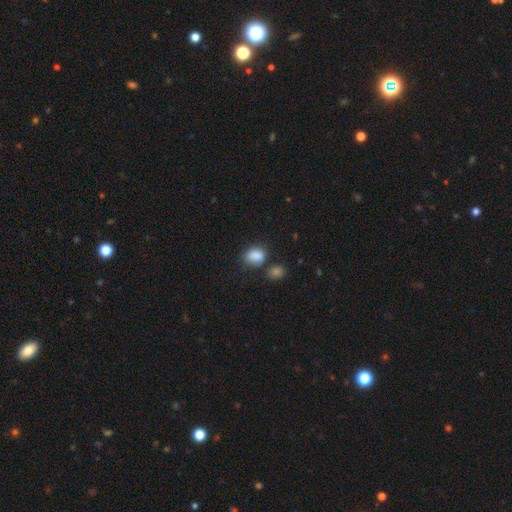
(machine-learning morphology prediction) The model was most divided on "how rounded": in between: 66%, round: 32%, cigar-shaped: 1%. More confident: smooth or featured — smooth (86%); merging — none (62%).